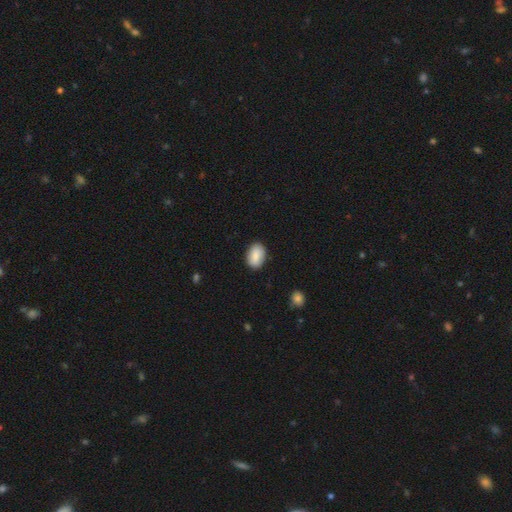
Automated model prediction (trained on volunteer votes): Smooth or featured? smooth (87%)
How rounded? in between (87%)
Merging? none (87%)